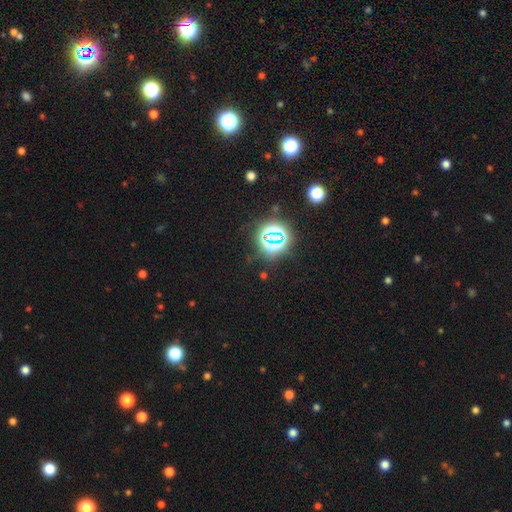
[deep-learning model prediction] The model was most divided on "smooth or featured": star or artifact: 77%, smooth: 17%, featured or disk: 6%.